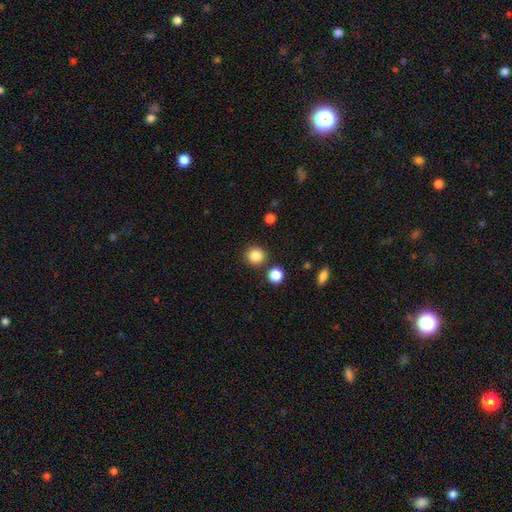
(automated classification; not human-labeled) This appears to be a smooth galaxy with no disk features (85%) that is round (91%). Merging: none (86%).